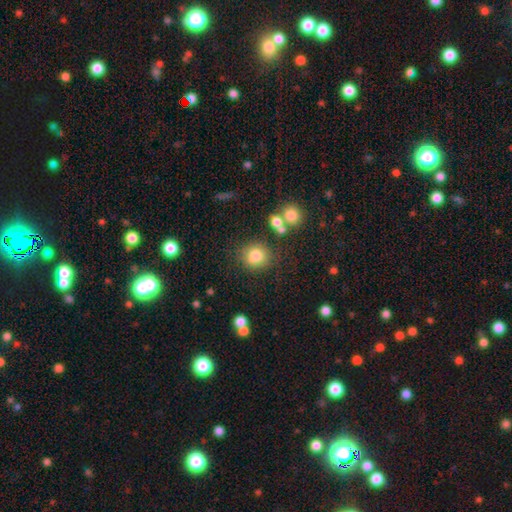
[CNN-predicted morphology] Smooth or featured? Predicted: smooth (p=0.80). How rounded? Predicted: round (p=0.83). Merging? Predicted: none (p=0.76).